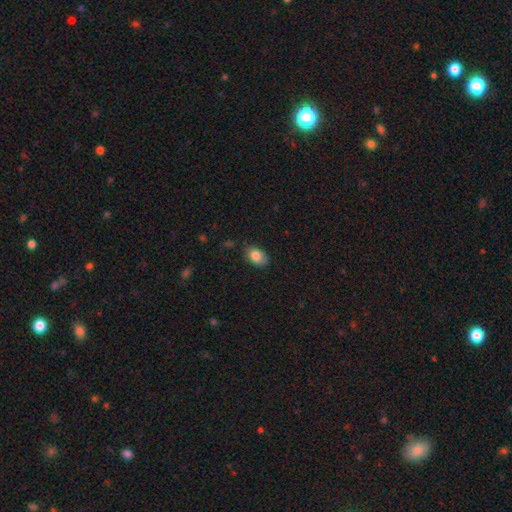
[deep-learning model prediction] A smooth galaxy with no disk features (84%) that is in between round and cigar-shaped (85%). Merging: none (78%).